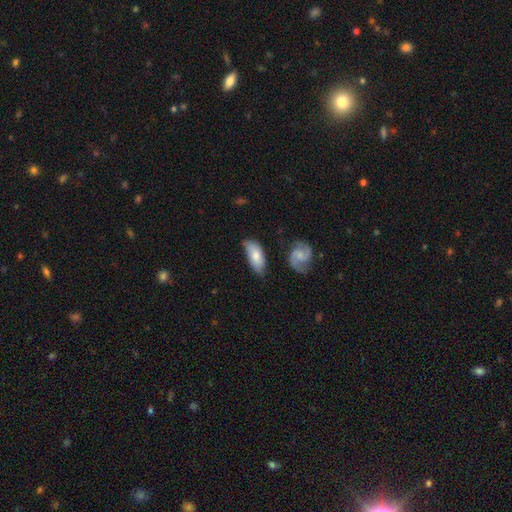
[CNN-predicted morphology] Overall: smooth (69%). How rounded: in between (87%). Merging: none (61%; minor disturbance 28%).